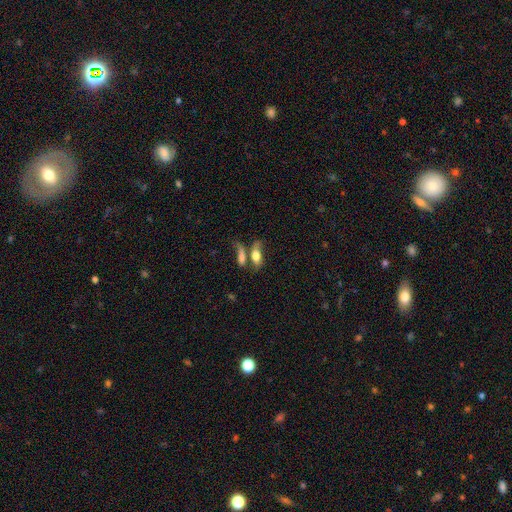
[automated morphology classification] The model was most divided on "merging": merger: 39%, none: 36%, minor disturbance: 14%, major disturbance: 11%. More confident: how rounded — in between (72%); smooth or featured — smooth (69%).